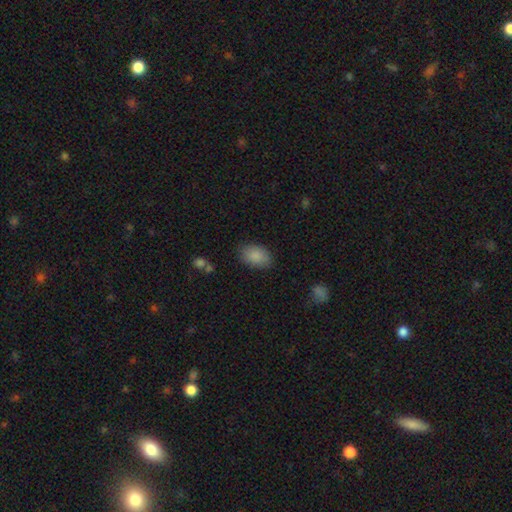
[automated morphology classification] Smooth or featured: smooth — 88% (star or artifact — 7%)
How rounded: in between — 88% (round — 11%)
Merging: none — 83% (minor disturbance — 12%)